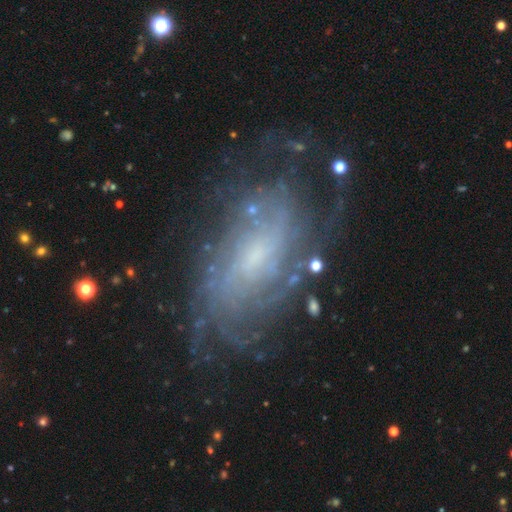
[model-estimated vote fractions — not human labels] smooth_or_featured: featured or disk (p=0.82) [alt: smooth p=0.10]
disk_edge_on: no (p=0.95) [alt: yes p=0.05]
bar: no (p=0.53) [alt: weak p=0.38]
has_spiral_arms: yes (p=0.93) [alt: no p=0.07]
spiral_winding: tight (p=0.58) [alt: medium p=0.30]
spiral_arm_count: can't tell (p=0.48) [alt: 4 p=0.13]
bulge_size: small (p=0.57) [alt: moderate p=0.25]
merging: none (p=0.70) [alt: minor disturbance p=0.17]